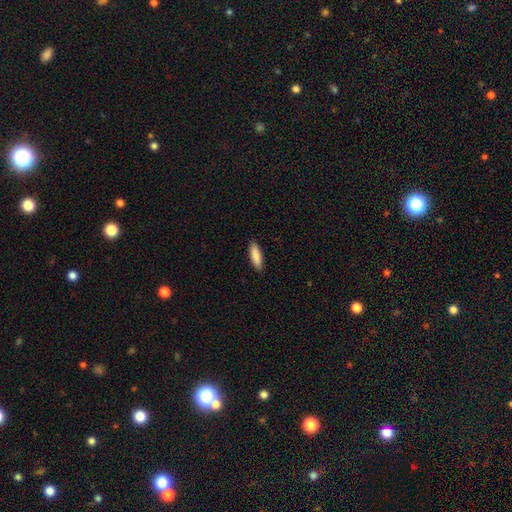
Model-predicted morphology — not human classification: type=smooth (89%); roundness=cigar-shaped (50%); merging=none (90%).